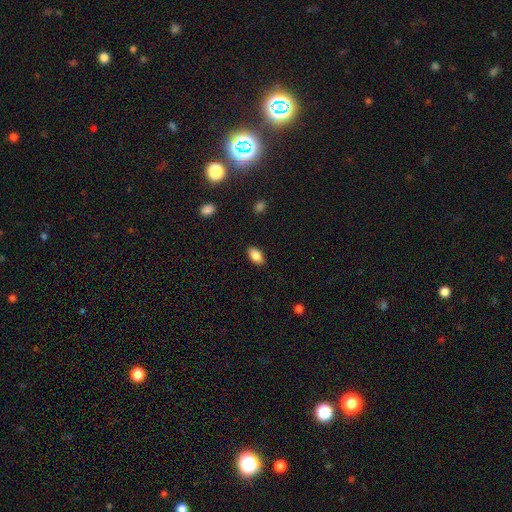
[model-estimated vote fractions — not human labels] Smooth or featured?
  - smooth: 86% *
  - star or artifact: 8%
  - featured or disk: 6%
How rounded?
  - in between: 92% *
  - round: 5%
  - cigar-shaped: 3%
Merging?
  - none: 88% *
  - minor disturbance: 9%
  - major disturbance: 2%
  - merger: 1%